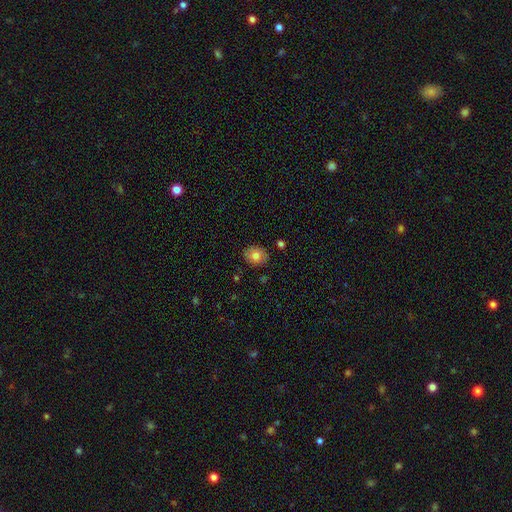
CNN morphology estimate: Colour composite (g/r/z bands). It shows a smooth galaxy with no disk features (78%) that is round (55%). Merging: none (85%).